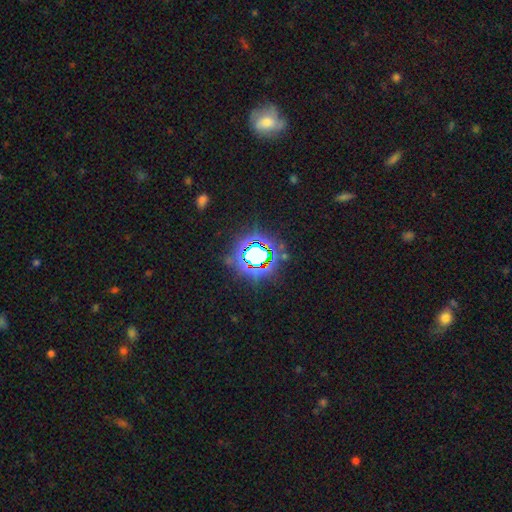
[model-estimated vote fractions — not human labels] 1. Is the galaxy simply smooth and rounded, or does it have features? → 72% star or artifact, 16% smooth, 12% featured or disk.